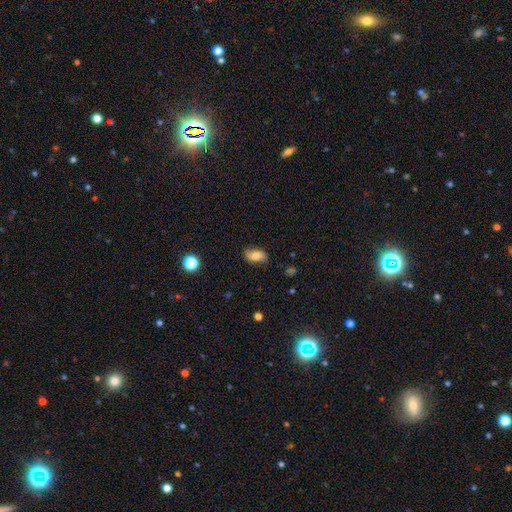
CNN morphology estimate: This appears to be a smooth galaxy with no disk features (74%) that is in between round and cigar-shaped (90%). Merging: none (79%).